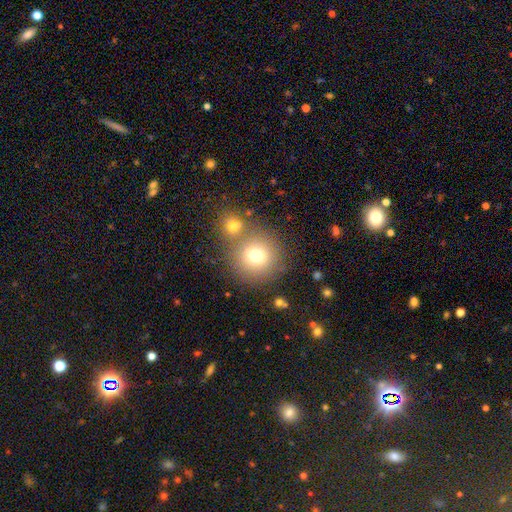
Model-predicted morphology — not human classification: Q: Smooth or featured?
A: smooth (74%); runner-up: star or artifact (13%)
Q: How rounded?
A: round (92%); runner-up: in between (8%)
Q: Merging?
A: none (64%); runner-up: merger (24%)